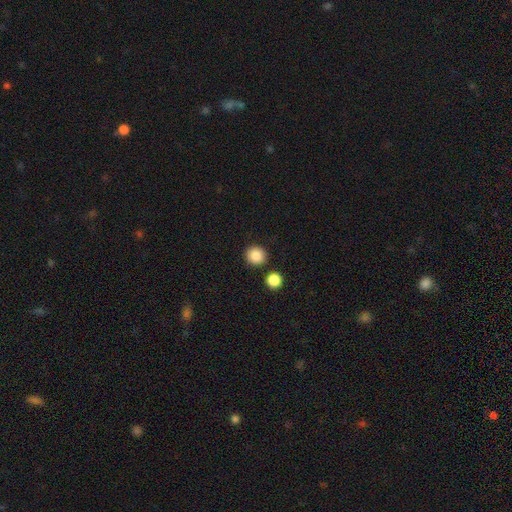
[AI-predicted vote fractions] smooth-or-featured: smooth: 87% | star or artifact: 9% | featured or disk: 4%
  how-rounded: round: 91% | in between: 8% | cigar-shaped: 1%
  merging: none: 86% | minor disturbance: 7% | merger: 5% | major disturbance: 2%